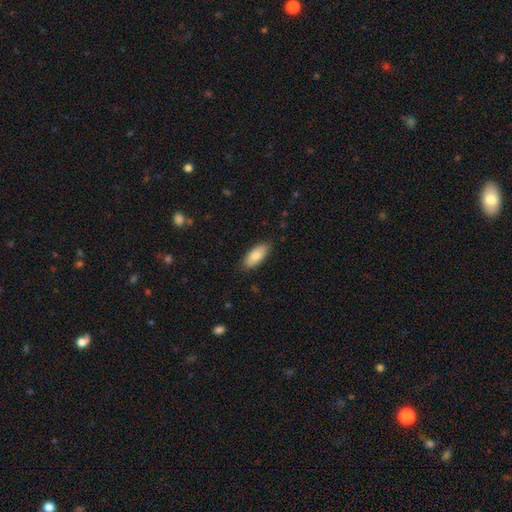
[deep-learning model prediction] Smooth or featured: smooth — 83% (featured or disk — 11%)
How rounded: in between — 87% (cigar-shaped — 11%)
Merging: none — 85% (minor disturbance — 11%)